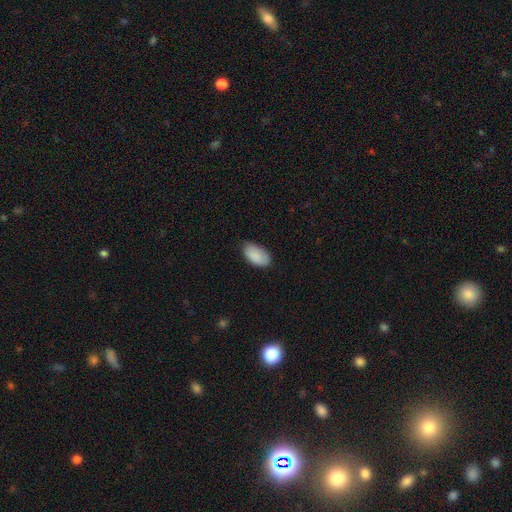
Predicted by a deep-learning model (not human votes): The model was most divided on "merging": none: 73%, minor disturbance: 22%, major disturbance: 3%, merger: 1%. More confident: how rounded — in between (95%); smooth or featured — smooth (88%).